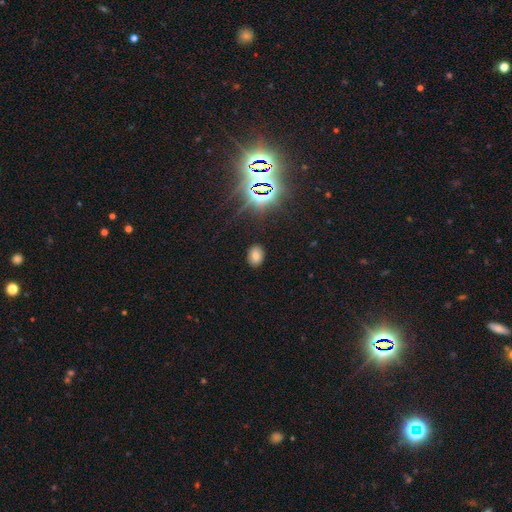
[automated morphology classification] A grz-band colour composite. It shows a smooth galaxy with no disk features (70%) that is in between round and cigar-shaped (65%). Merging: none (88%).